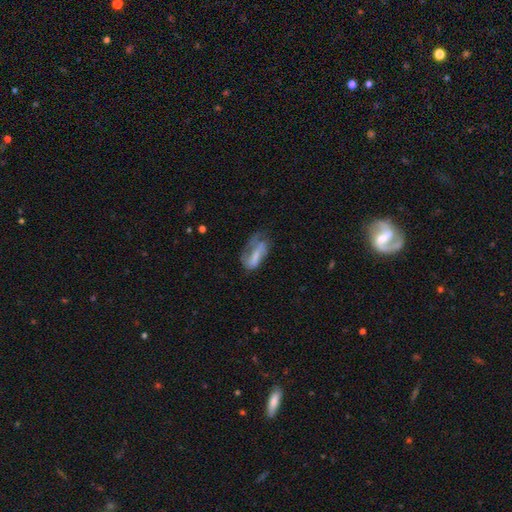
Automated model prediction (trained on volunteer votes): Smooth or featured?
  - smooth: 49% *
  - featured or disk: 42%
  - star or artifact: 10%
Merging?
  - major disturbance: 43% *
  - none: 27%
  - minor disturbance: 26%
  - merger: 5%